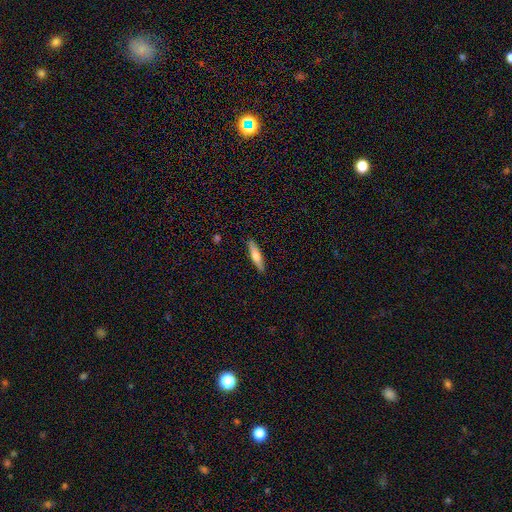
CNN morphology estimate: A smooth galaxy with no disk features (54%) that is cigar-shaped (79%).

Vote fractions:
- Smooth or featured? smooth: 54% / featured or disk: 41% / star or artifact: 6%
- How rounded? cigar-shaped: 79% / in between: 19% / round: 2%
- Merging? none: 89% / minor disturbance: 8% / major disturbance: 2% / merger: 1%